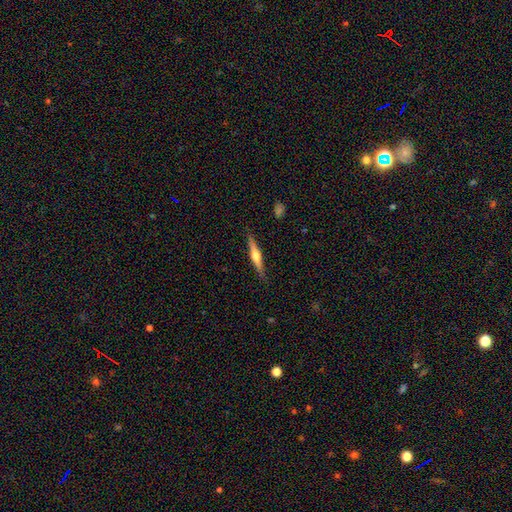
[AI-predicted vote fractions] Morphology: type=featured or disk (65%); edge-on=yes (97%); edge-on bulge=rounded (91%); merging=none (89%).